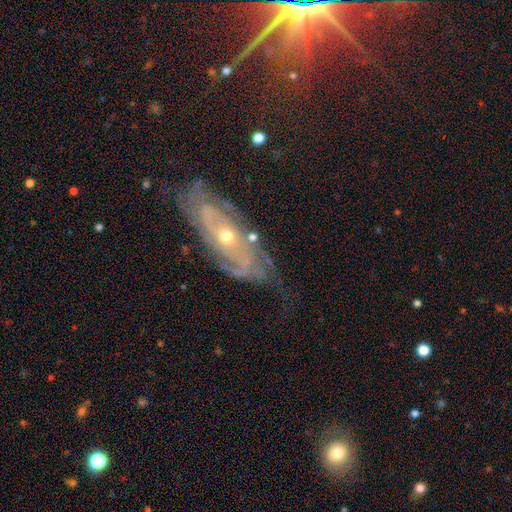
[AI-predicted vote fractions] smooth-or-featured: featured or disk: 82% | star or artifact: 10% | smooth: 9%
  disk-edge-on: no: 86% | yes: 14%
    bar: no: 71% | weak: 21% | strong: 7%
    has-spiral-arms: yes: 88% | no: 12%
      spiral-winding: tight: 67% | medium: 25% | loose: 8%
      spiral-arm-count: can't tell: 46% | 2: 28% | 3: 10% | 4: 6% | 1: 5% | more than 4: 5%
    bulge-size: small: 51% | moderate: 46% | large: 1% | none: 1% | dominant: 1%
  merging: none: 68% | minor disturbance: 21% | major disturbance: 9% | merger: 2%